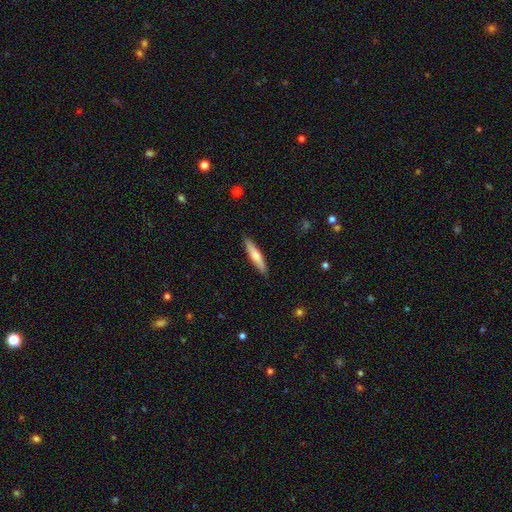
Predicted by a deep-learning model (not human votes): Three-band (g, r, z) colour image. It shows a smooth galaxy with no disk features (62%) that is cigar-shaped (87%). Merging: none (90%).